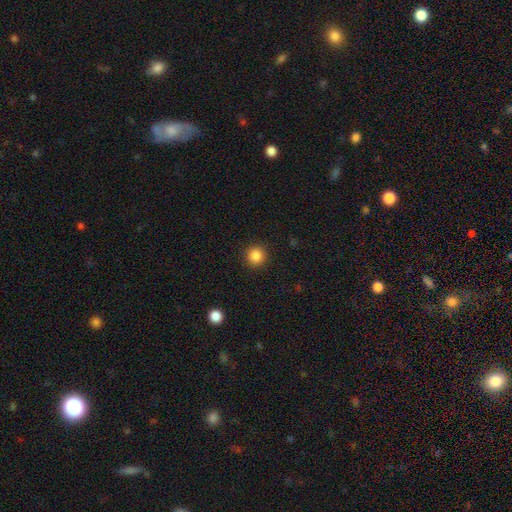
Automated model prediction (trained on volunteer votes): Morphology: type=smooth (86%); roundness=round (94%); merging=none (92%).